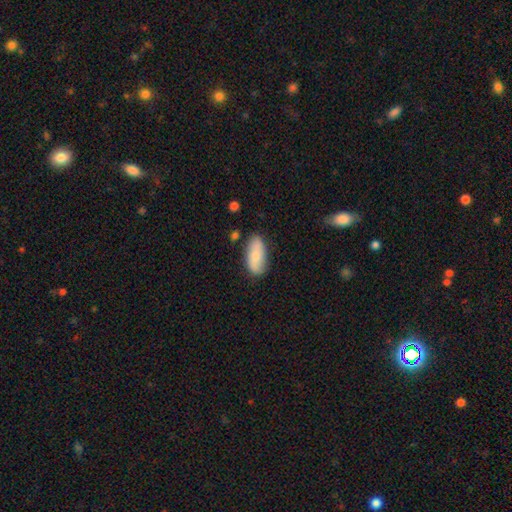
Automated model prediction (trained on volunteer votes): A smooth galaxy with no disk features (74%) that is in between round and cigar-shaped (88%).

Vote fractions:
- Smooth or featured? smooth: 74% / featured or disk: 20% / star or artifact: 6%
- How rounded? in between: 88% / cigar-shaped: 9% / round: 3%
- Merging? none: 78% / minor disturbance: 16% / major disturbance: 3% / merger: 3%